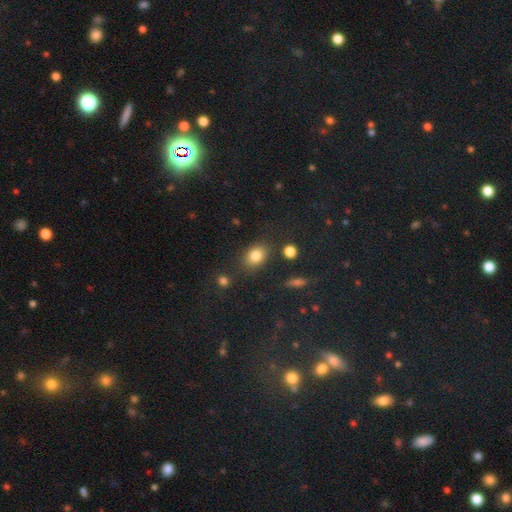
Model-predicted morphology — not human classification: type=smooth (81%); roundness=in between (69%); merging=none (80%).